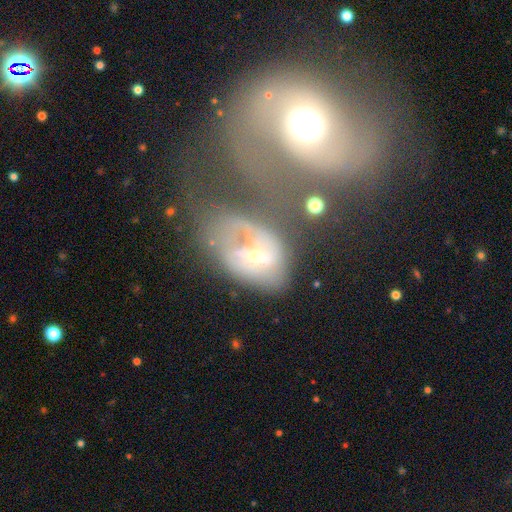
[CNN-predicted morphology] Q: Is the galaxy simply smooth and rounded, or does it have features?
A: featured or disk — 61%.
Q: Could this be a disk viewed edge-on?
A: no — 94%.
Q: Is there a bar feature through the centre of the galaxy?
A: weak — 41%.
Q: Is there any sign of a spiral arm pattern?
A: yes — 53%.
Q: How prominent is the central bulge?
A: small — 60%.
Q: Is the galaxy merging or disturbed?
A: major disturbance — 38%.